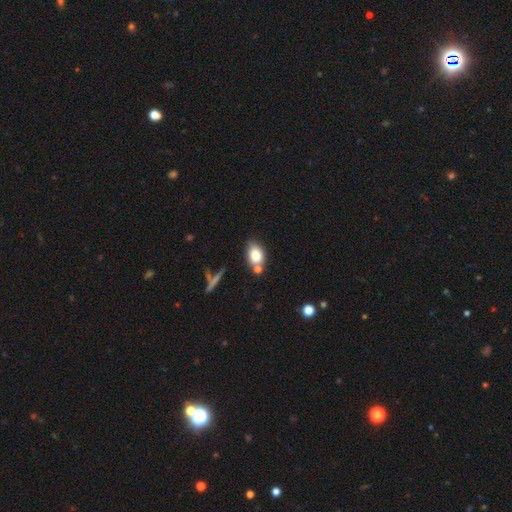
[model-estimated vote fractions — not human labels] Smooth or featured?
  - smooth: 79% *
  - featured or disk: 11%
  - star or artifact: 10%
How rounded?
  - in between: 76% *
  - round: 22%
  - cigar-shaped: 2%
Merging?
  - none: 62% *
  - merger: 19%
  - minor disturbance: 15%
  - major disturbance: 5%